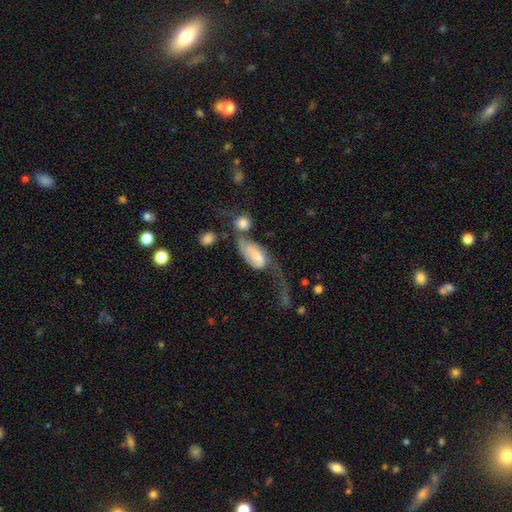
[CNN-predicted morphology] Smooth or featured?
  - smooth: 48% *
  - featured or disk: 44%
  - star or artifact: 8%
Merging?
  - major disturbance: 39% *
  - merger: 34%
  - none: 14%
  - minor disturbance: 12%